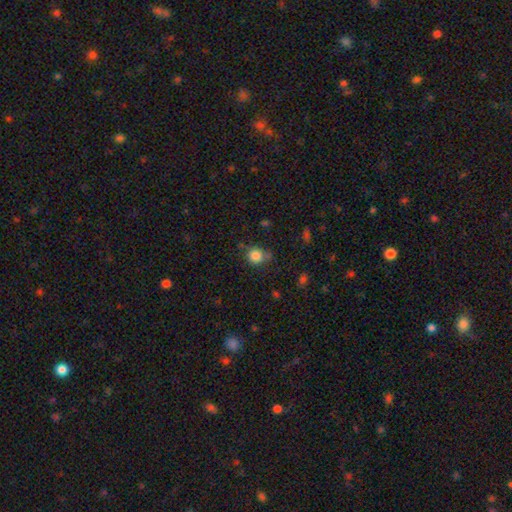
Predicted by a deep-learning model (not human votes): smooth 83%, star or artifact 11%, featured or disk 6%. Down the decision tree: how rounded — round (84%); merging — none (63%).